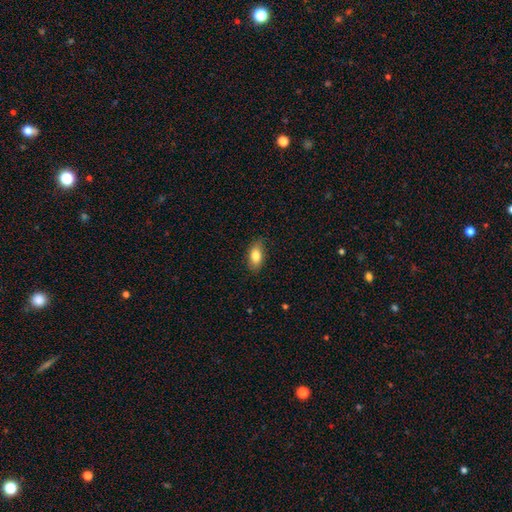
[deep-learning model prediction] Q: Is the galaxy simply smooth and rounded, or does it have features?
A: smooth — 82%.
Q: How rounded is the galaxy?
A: in between — 89%.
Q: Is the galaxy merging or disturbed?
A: none — 82%.